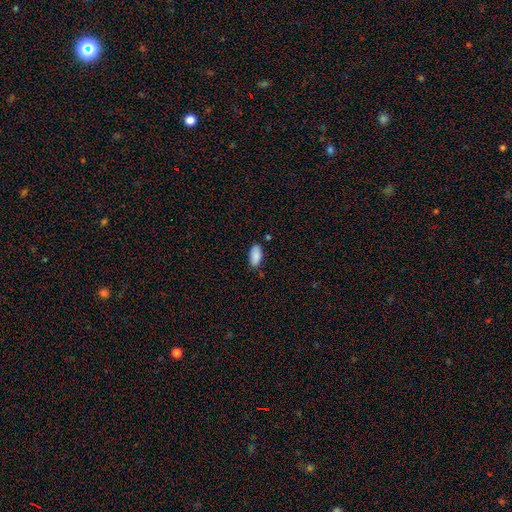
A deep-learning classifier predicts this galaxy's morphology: Overall: smooth (89%). How rounded: in between (93%). Merging: none (78%).